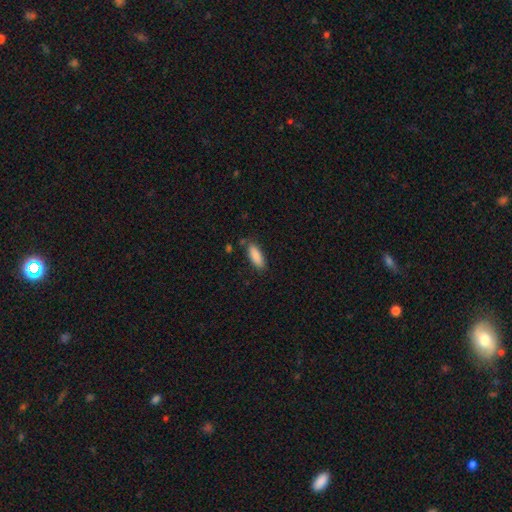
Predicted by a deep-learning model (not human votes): Smooth or featured?
  - smooth: 88% *
  - star or artifact: 6%
  - featured or disk: 6%
How rounded?
  - in between: 69% *
  - cigar-shaped: 29%
  - round: 2%
Merging?
  - none: 79% *
  - minor disturbance: 14%
  - merger: 3%
  - major disturbance: 3%